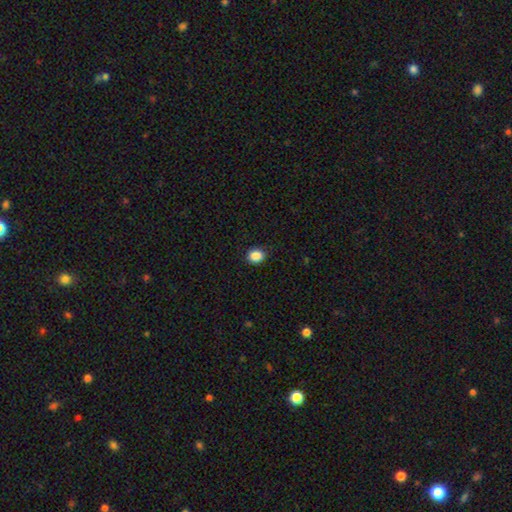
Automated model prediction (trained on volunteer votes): Morphology: type=smooth (88%); roundness=round (62%); merging=none (89%).